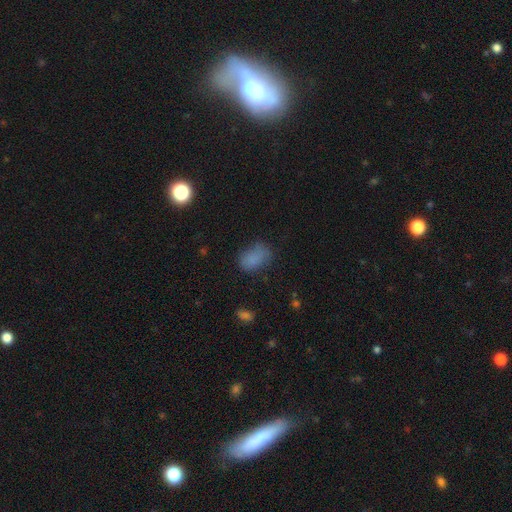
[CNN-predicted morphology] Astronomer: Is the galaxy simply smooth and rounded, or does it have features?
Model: smooth — 80%.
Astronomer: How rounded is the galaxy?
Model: in between — 85%.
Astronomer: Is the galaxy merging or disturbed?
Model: none — 61%.